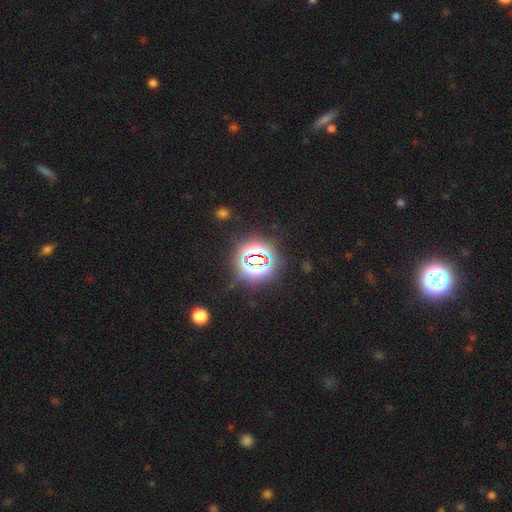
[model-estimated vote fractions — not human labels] Q: Smooth or featured?
A: star or artifact (78%); runner-up: smooth (15%)